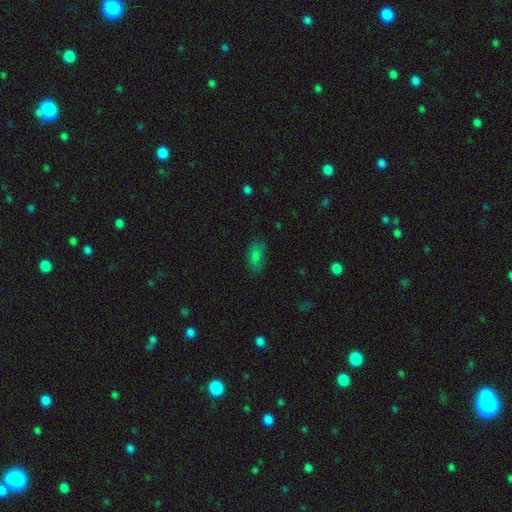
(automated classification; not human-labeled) smooth-or-featured: smooth: 81% | star or artifact: 11% | featured or disk: 8%
  how-rounded: in between: 90% | cigar-shaped: 6% | round: 4%
  merging: none: 74% | minor disturbance: 19% | major disturbance: 5% | merger: 2%